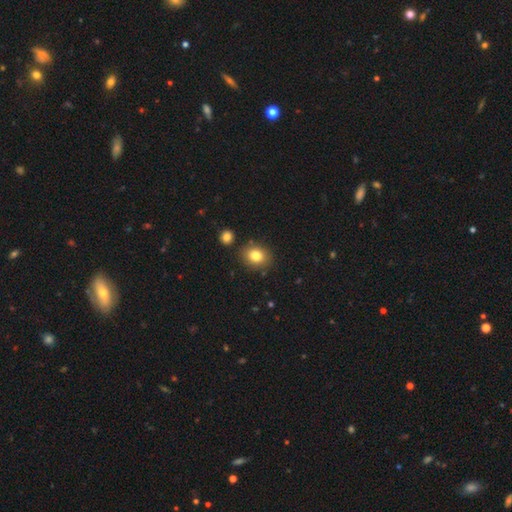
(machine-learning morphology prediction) A smooth galaxy with no disk features (82%) that is round (61%).

Vote fractions:
- Smooth or featured? smooth: 82% / star or artifact: 10% / featured or disk: 8%
- How rounded? round: 61% / in between: 38% / cigar-shaped: 1%
- Merging? none: 84% / minor disturbance: 9% / merger: 5% / major disturbance: 2%